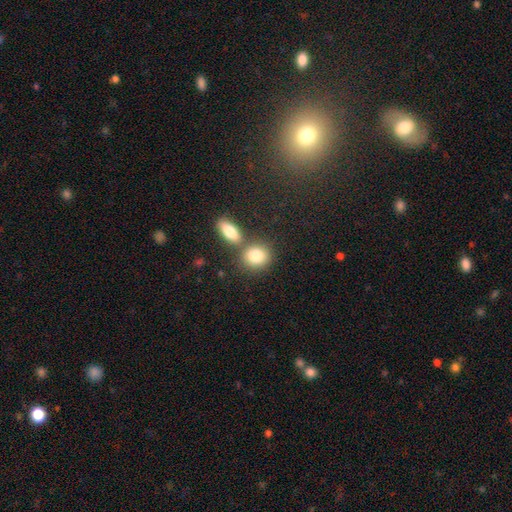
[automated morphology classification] This appears to be a smooth galaxy with no disk features (82%) that is round (65%). Merging: none (58%).